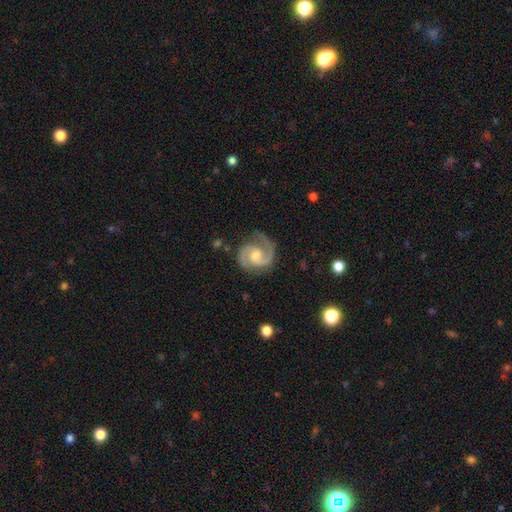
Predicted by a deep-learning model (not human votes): featured or disk 91%, smooth 5%, star or artifact 4%. Down the decision tree: edge-on disk — no (98%); bar — no (48%); spiral arms — yes (98%); spiral arm count — 2 (92%); spiral winding — medium (57%); bulge size — moderate (62%); merging — none (79%).